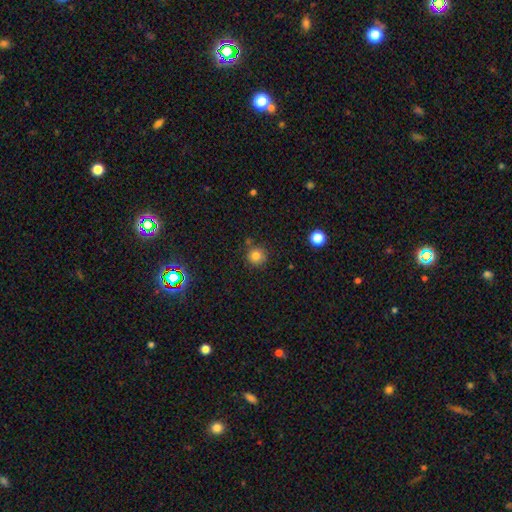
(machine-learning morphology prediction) A smooth galaxy with no disk features (80%) that is round (93%). Merging: none (79%).